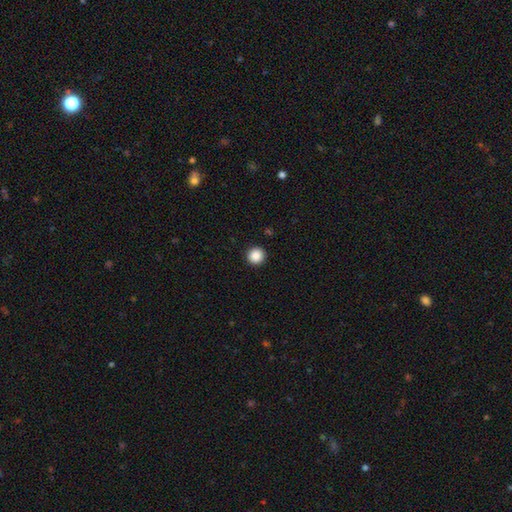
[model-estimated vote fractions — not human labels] Smooth or featured? smooth (88%)
How rounded? round (95%)
Merging? none (93%)